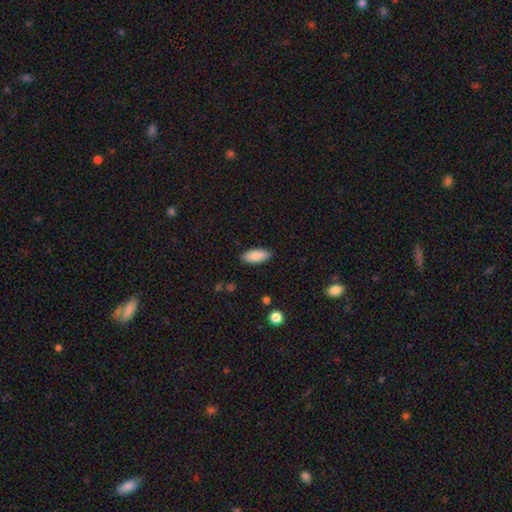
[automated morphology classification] A smooth galaxy with no disk features (88%) that is in between round and cigar-shaped (83%).

Vote fractions:
- Smooth or featured? smooth: 88% / star or artifact: 6% / featured or disk: 6%
- How rounded? in between: 83% / cigar-shaped: 15% / round: 2%
- Merging? none: 87% / minor disturbance: 9% / major disturbance: 2% / merger: 1%